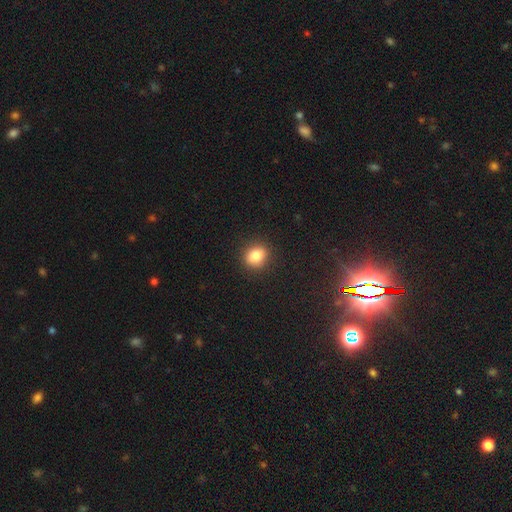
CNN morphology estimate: A smooth galaxy with no disk features (84%) that is round (70%).

Vote fractions:
- Smooth or featured? smooth: 84% / star or artifact: 10% / featured or disk: 6%
- How rounded? round: 70% / in between: 29% / cigar-shaped: 1%
- Merging? none: 89% / minor disturbance: 8% / major disturbance: 2% / merger: 1%